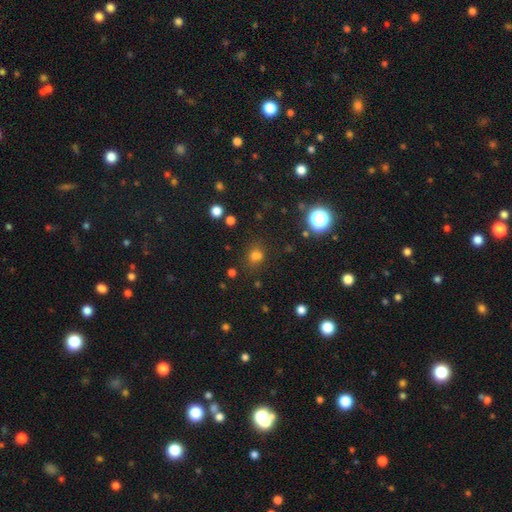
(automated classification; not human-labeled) smooth_or_featured: smooth (p=0.68) [alt: star or artifact p=0.24]
how_rounded: round (p=0.64) [alt: in between p=0.35]
merging: none (p=0.61) [alt: merger p=0.20]